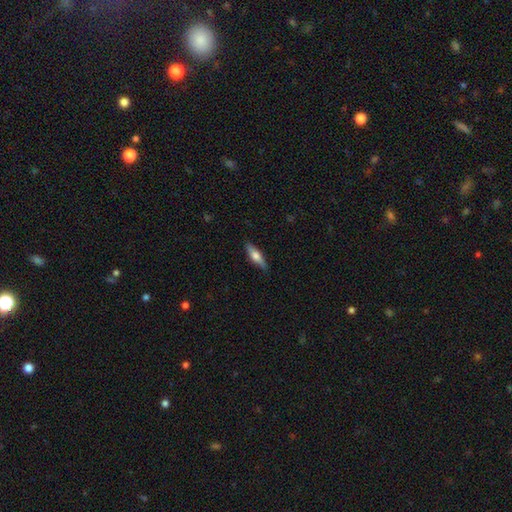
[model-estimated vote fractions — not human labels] Smooth or featured?
  - smooth: 53% *
  - featured or disk: 41%
  - star or artifact: 6%
How rounded?
  - cigar-shaped: 62% *
  - in between: 36%
  - round: 2%
Merging?
  - none: 88% *
  - minor disturbance: 9%
  - major disturbance: 2%
  - merger: 1%